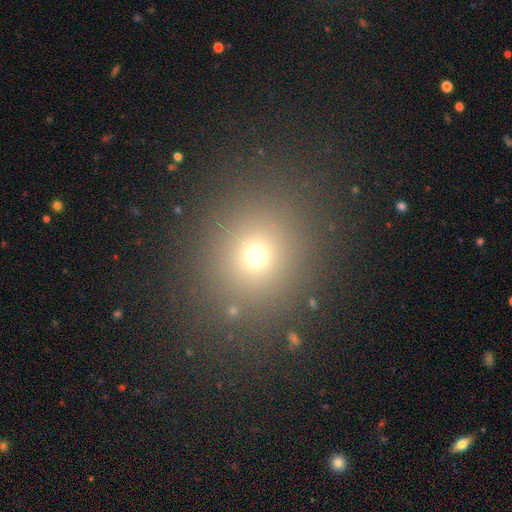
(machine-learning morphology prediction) smooth_or_featured: smooth (p=0.66) [alt: star or artifact p=0.25]
how_rounded: round (p=0.80) [alt: in between p=0.19]
merging: none (p=0.86) [alt: minor disturbance p=0.07]